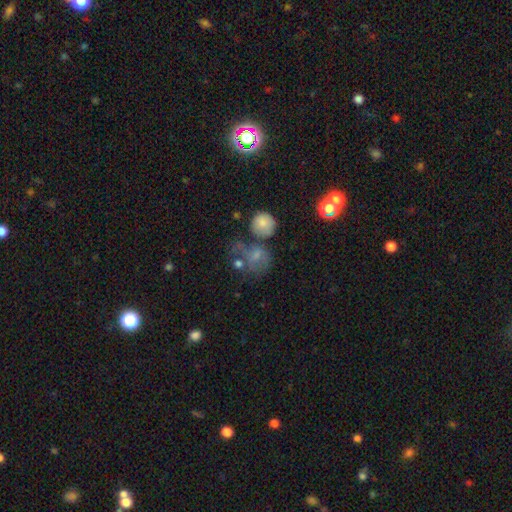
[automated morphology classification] Smooth or featured? smooth (62%)
How rounded? round (64%)
Merging? none (32%)